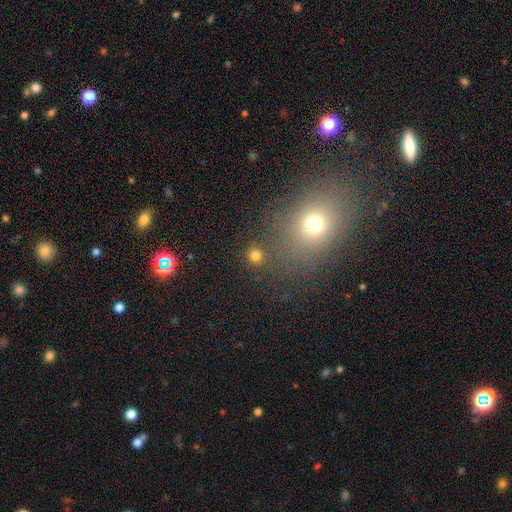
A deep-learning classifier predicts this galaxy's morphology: type=smooth (75%); roundness=round (89%); merging=none (81%).